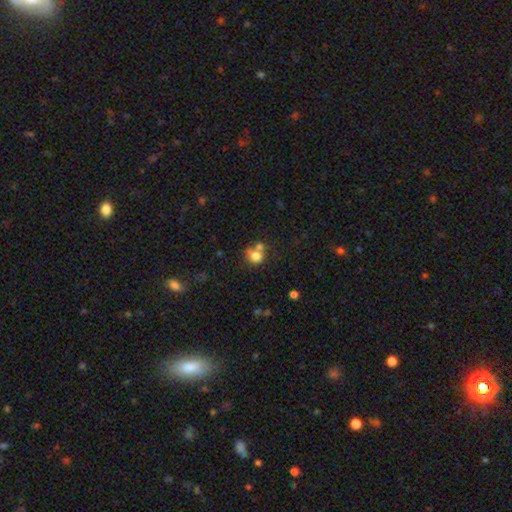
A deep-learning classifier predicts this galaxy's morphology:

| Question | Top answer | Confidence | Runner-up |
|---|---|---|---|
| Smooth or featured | smooth | 75% | featured or disk (13%) |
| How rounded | round | 76% | in between (23%) |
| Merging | none | 43% | merger (39%) |